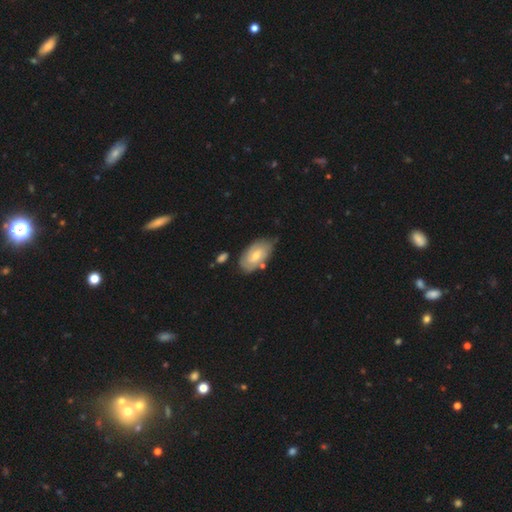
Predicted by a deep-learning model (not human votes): featured or disk 53%, smooth 41%, star or artifact 6%. Down the decision tree: edge-on disk — no (93%); merging — none (66%).